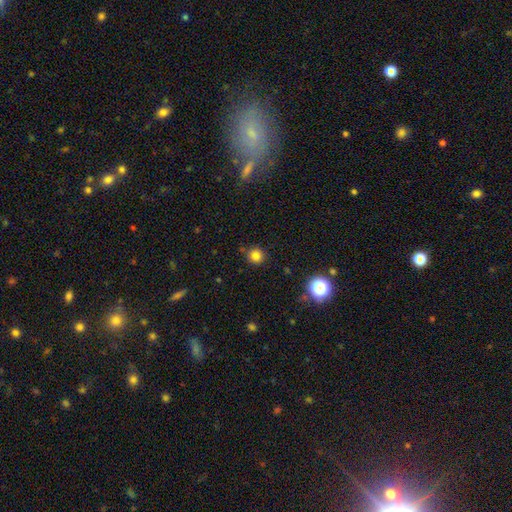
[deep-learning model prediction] A smooth galaxy with no disk features (80%) that is round (93%).

Vote fractions:
- Smooth or featured? smooth: 80% / star or artifact: 15% / featured or disk: 5%
- How rounded? round: 93% / in between: 6% / cigar-shaped: 1%
- Merging? none: 84% / minor disturbance: 9% / merger: 4% / major disturbance: 3%